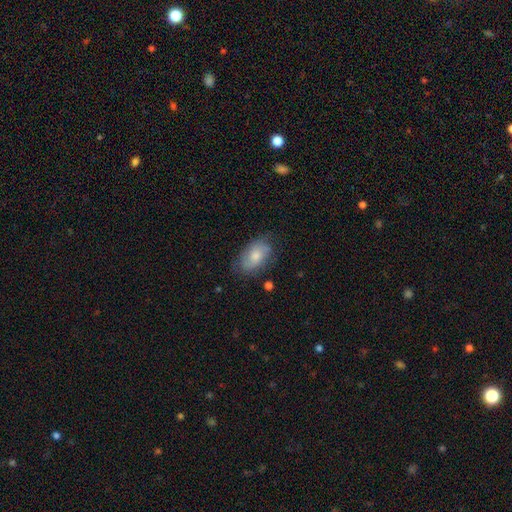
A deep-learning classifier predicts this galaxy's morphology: Smooth or featured: smooth — 59% (featured or disk — 34%)
How rounded: in between — 90% (round — 8%)
Merging: none — 68% (minor disturbance — 23%)